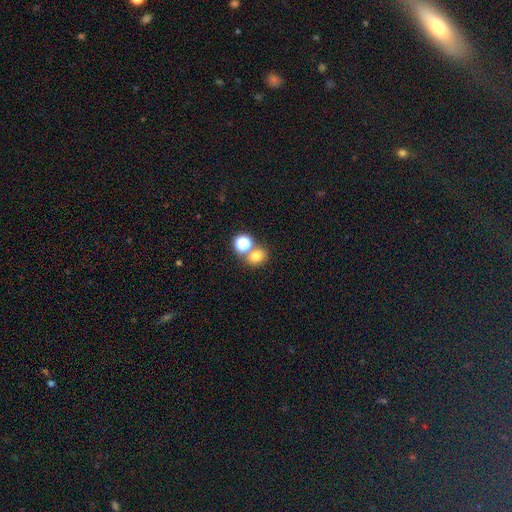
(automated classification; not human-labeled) This appears to be a smooth galaxy with no disk features (73%) that is round (68%). Merging: none (58%).